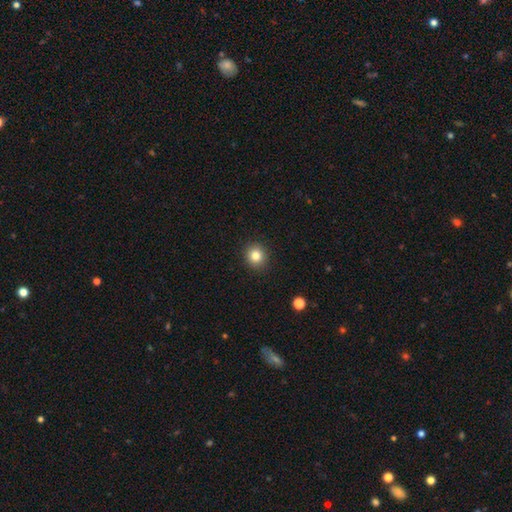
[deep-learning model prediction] smooth 82%, star or artifact 11%, featured or disk 6%. Down the decision tree: how rounded — round (89%); merging — none (92%).